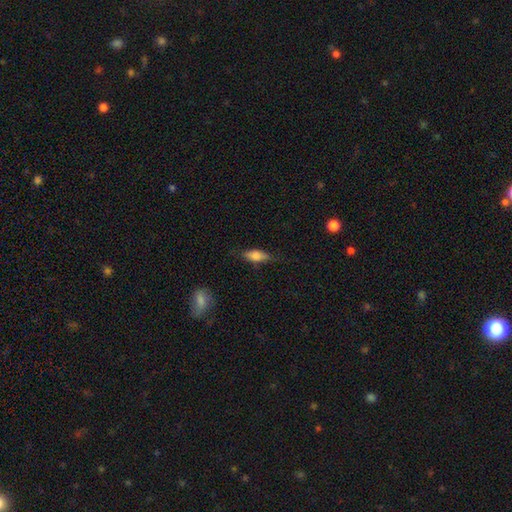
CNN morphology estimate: This is likely a smooth galaxy (73%). How rounded: likely in between (67%). Merging: likely none (73%).